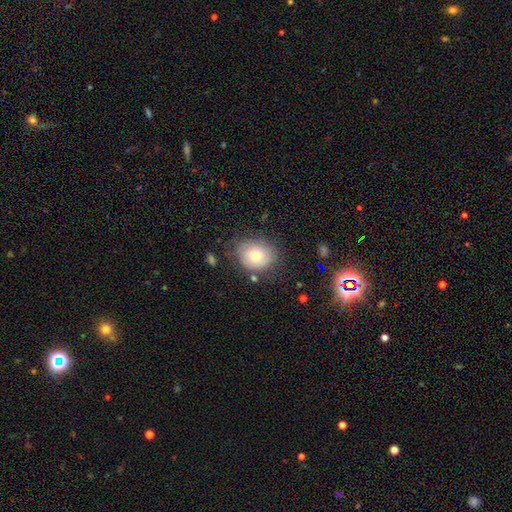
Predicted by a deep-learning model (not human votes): smooth 72%, featured or disk 18%, star or artifact 9%. Down the decision tree: how rounded — round (61%); merging — none (72%).